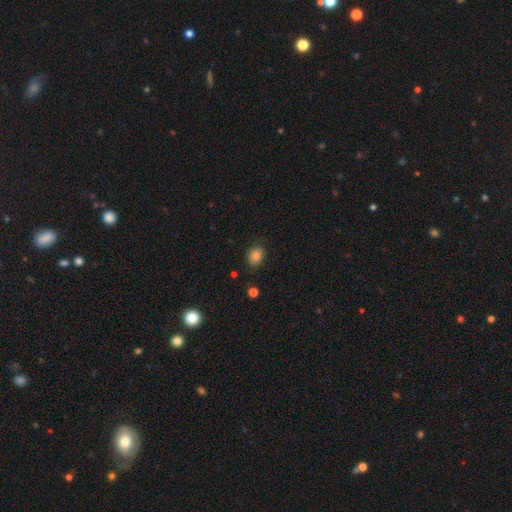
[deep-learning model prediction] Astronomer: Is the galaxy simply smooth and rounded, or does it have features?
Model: smooth — 83%.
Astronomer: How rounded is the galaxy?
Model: in between — 57% (runner-up: round, 42%).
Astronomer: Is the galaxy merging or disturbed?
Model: none — 83%.